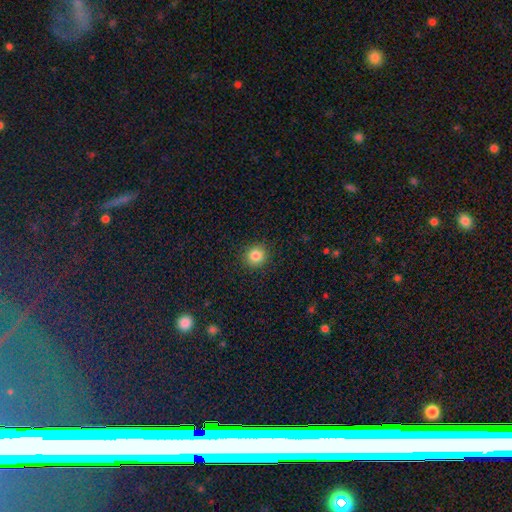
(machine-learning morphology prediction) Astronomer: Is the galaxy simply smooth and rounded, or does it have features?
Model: smooth — 84%.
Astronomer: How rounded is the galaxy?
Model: round — 89%.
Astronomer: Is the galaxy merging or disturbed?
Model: none — 91%.